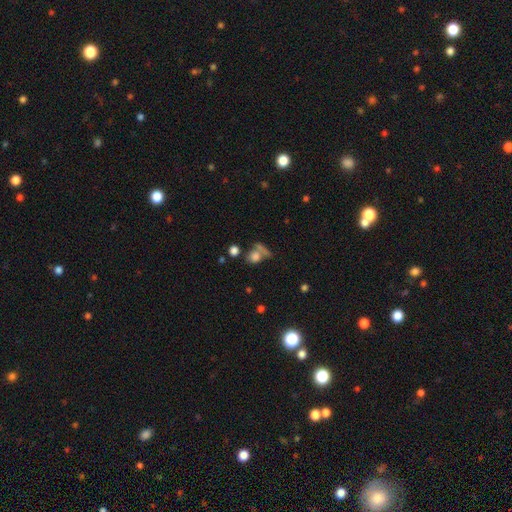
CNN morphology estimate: This is likely a smooth galaxy (75%). How rounded: likely round (65%). Merging: marginally none (45%).